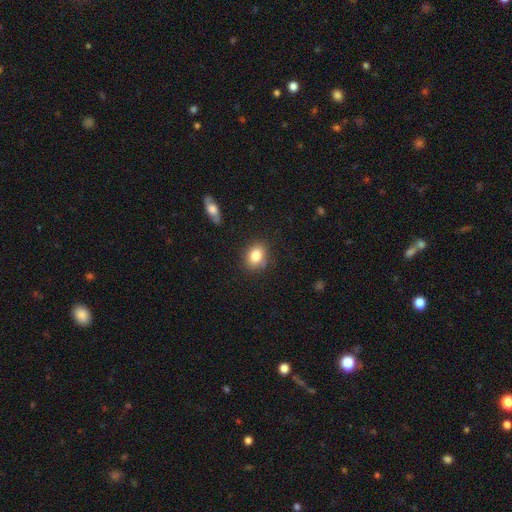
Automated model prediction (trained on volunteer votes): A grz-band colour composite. It shows a smooth galaxy with no disk features (83%) that is in between round and cigar-shaped (58%). Merging: none (81%).